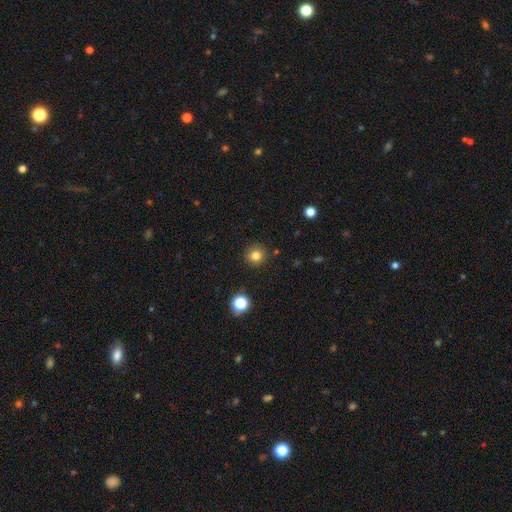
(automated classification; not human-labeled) smooth-or-featured: smooth: 81% | star or artifact: 13% | featured or disk: 6%
  how-rounded: round: 93% | in between: 6% | cigar-shaped: 1%
  merging: none: 90% | minor disturbance: 6% | major disturbance: 2% | merger: 2%